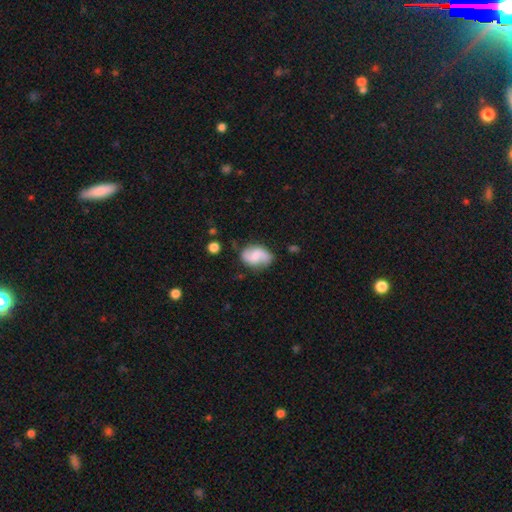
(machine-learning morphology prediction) featured or disk 55%, smooth 38%, star or artifact 7%. Down the decision tree: edge-on disk — no (97%); bar — no (53%); spiral arms — yes (90%); bulge size — moderate (39%); merging — none (68%).